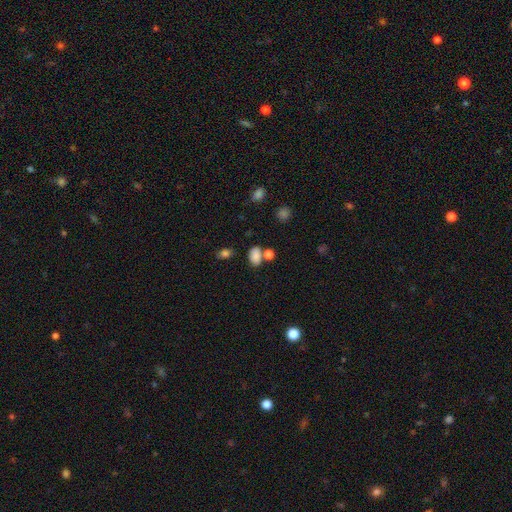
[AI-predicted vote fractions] This is clearly a smooth galaxy (82%). How rounded: clearly in between (82%). Merging: possibly none (57%).